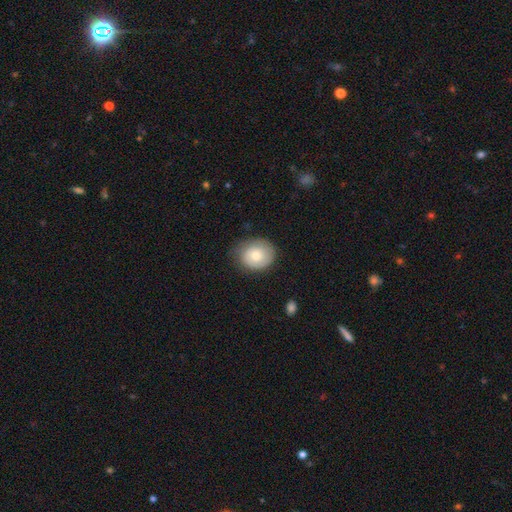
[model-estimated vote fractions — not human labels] Overall: smooth (72%). How rounded: round (66%; in between 33%). Merging: none (73%).